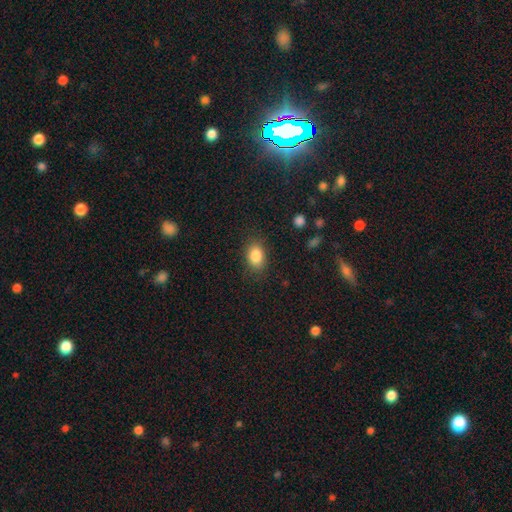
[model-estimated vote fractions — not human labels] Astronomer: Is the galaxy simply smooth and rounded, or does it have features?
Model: smooth — 85%.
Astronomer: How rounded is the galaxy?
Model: in between — 79%.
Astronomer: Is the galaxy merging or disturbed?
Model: none — 84%.